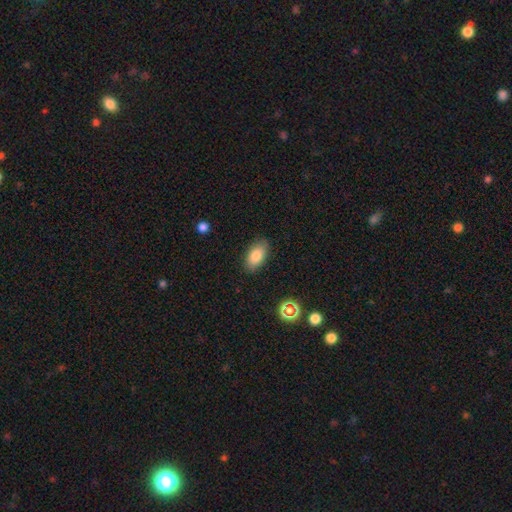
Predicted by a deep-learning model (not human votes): Smooth or featured? smooth (84%)
How rounded? in between (93%)
Merging? none (86%)